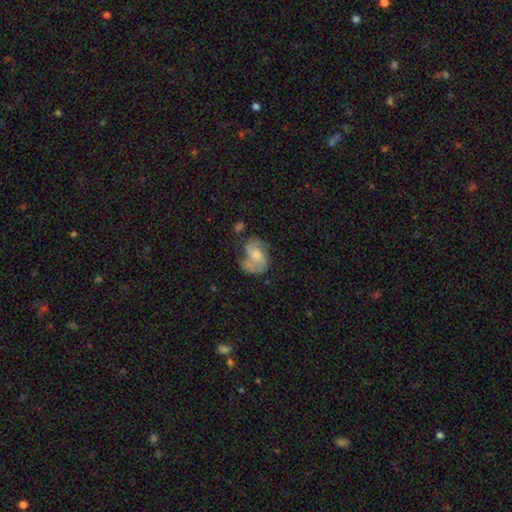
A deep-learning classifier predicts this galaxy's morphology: Smooth or featured: featured or disk — 68% (smooth — 25%)
Edge-on disk: no — 98% (yes — 2%)
Bar: no — 52% (weak — 38%)
Spiral arms: yes — 87% (no — 13%)
Spiral winding: medium — 48% (loose — 31%)
Spiral arm count: 2 — 82% (can't tell — 8%)
Bulge size: moderate — 41% (small — 30%)
Merging: none — 48% (minor disturbance — 25%)